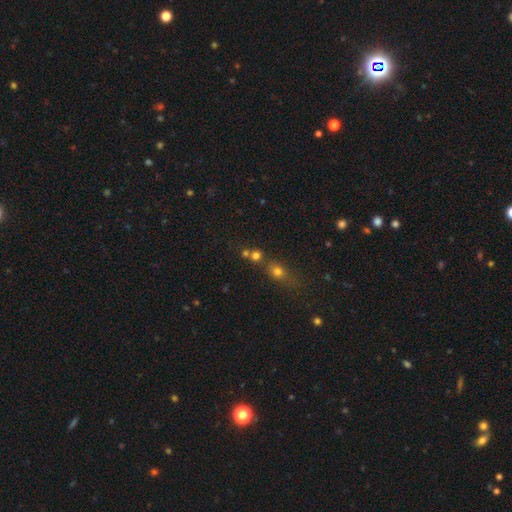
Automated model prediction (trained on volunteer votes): A smooth galaxy with no disk features (70%) that is round (80%).

Vote fractions:
- Smooth or featured? smooth: 70% / star or artifact: 20% / featured or disk: 10%
- How rounded? round: 80% / in between: 18% / cigar-shaped: 2%
- Merging? none: 49% / merger: 38% / minor disturbance: 8% / major disturbance: 4%